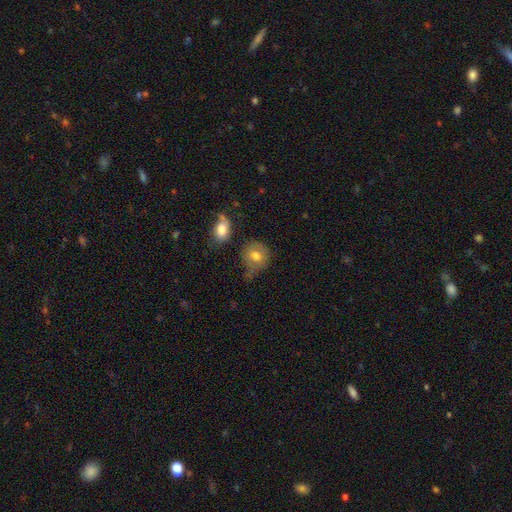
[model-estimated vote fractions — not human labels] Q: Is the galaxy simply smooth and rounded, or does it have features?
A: smooth — 73%.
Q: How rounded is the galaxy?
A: round — 73%.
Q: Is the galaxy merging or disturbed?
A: none — 46%.